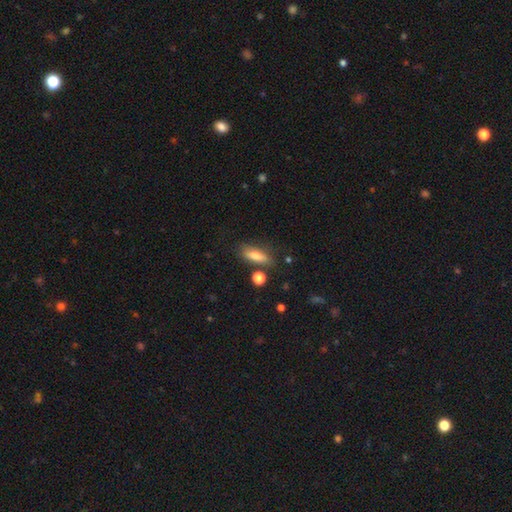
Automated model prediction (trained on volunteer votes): Smooth or featured?
  - smooth: 73% *
  - featured or disk: 19%
  - star or artifact: 8%
How rounded?
  - in between: 58% *
  - cigar-shaped: 39%
  - round: 4%
Merging?
  - none: 73% *
  - minor disturbance: 17%
  - merger: 5%
  - major disturbance: 5%